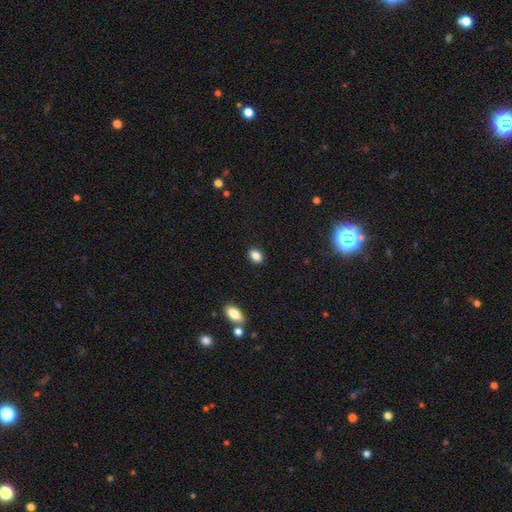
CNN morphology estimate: Q: Smooth or featured?
A: smooth (86%); runner-up: star or artifact (9%)
Q: How rounded?
A: in between (76%); runner-up: round (22%)
Q: Merging?
A: none (89%); runner-up: minor disturbance (8%)